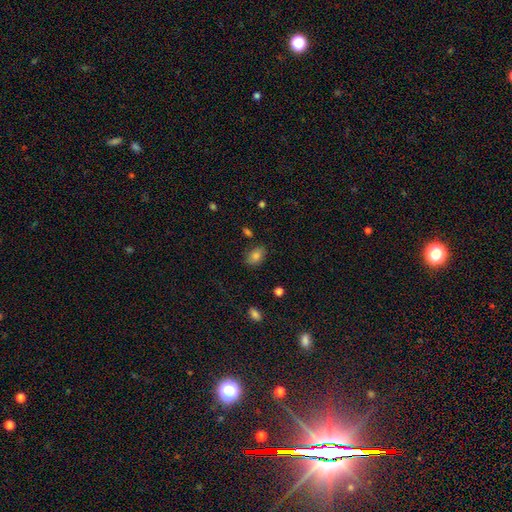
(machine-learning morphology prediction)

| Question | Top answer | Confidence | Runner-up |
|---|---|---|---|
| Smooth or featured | smooth | 80% | featured or disk (10%) |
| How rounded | in between | 85% | round (14%) |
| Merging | none | 77% | minor disturbance (17%) |